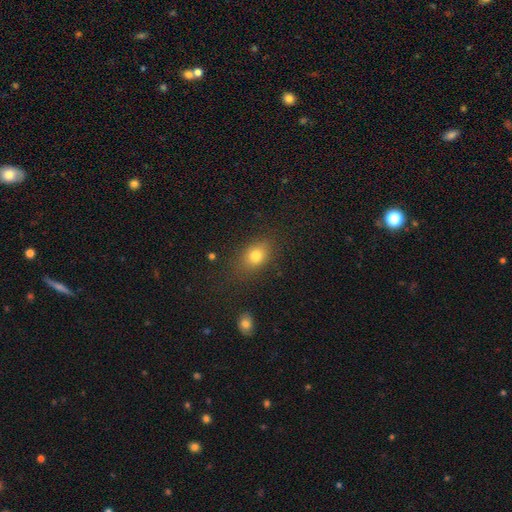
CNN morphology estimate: Smooth or featured?
  - smooth: 78% *
  - star or artifact: 12%
  - featured or disk: 10%
How rounded?
  - in between: 70% *
  - round: 28%
  - cigar-shaped: 3%
Merging?
  - none: 76% *
  - minor disturbance: 16%
  - major disturbance: 6%
  - merger: 2%